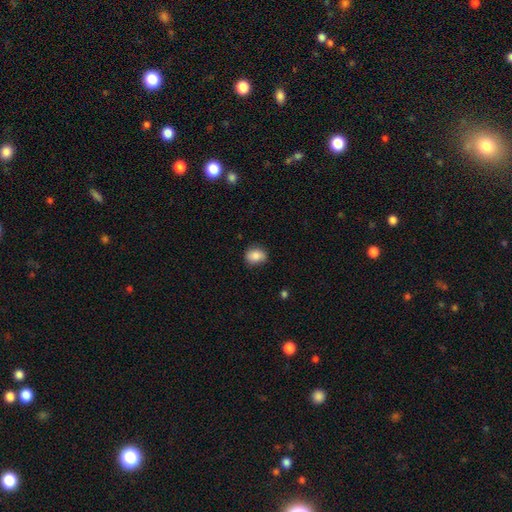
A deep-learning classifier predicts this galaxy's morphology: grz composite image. It shows a smooth galaxy with no disk features (86%) that is in between round and cigar-shaped (54%). Merging: none (78%).